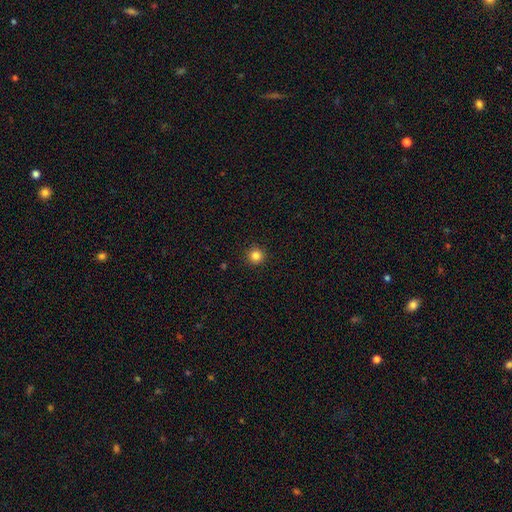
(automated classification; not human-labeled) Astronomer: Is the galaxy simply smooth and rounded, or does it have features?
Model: smooth — 83%.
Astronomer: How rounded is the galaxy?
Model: round — 96%.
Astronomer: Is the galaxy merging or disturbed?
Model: none — 93%.